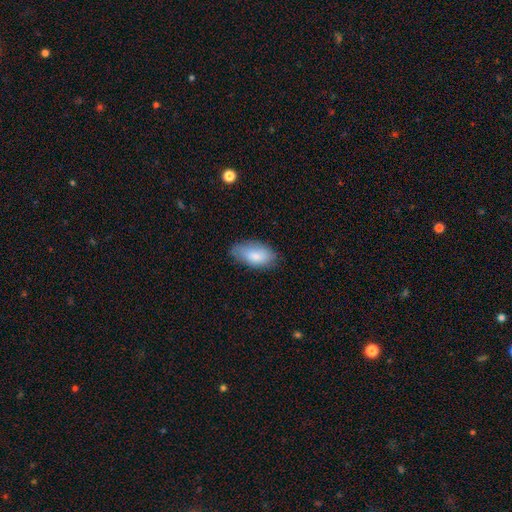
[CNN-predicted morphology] Smooth or featured? Predicted: smooth (p=0.82). How rounded? Predicted: in between (p=0.94). Merging? Predicted: none (p=0.73).